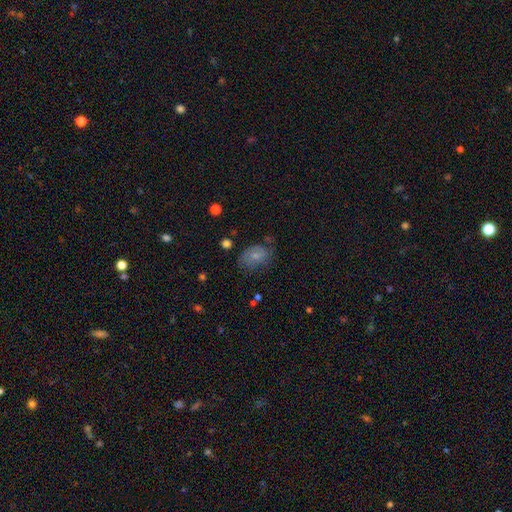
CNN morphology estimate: smooth 59%, featured or disk 31%, star or artifact 10%. Down the decision tree: how rounded — in between (78%); merging — none (53%).